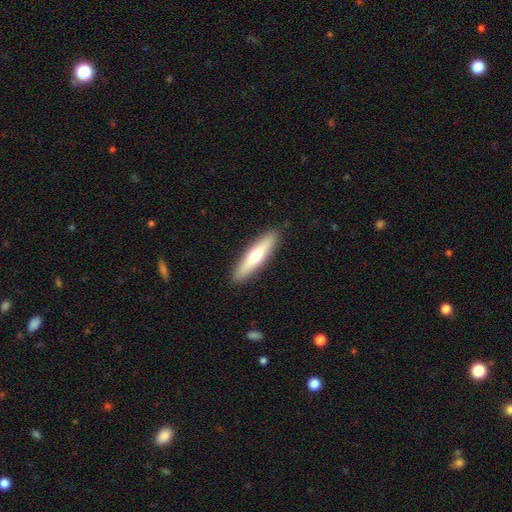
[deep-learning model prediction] A smooth galaxy with no disk features (56%) that is cigar-shaped (79%). Merging: none (90%).